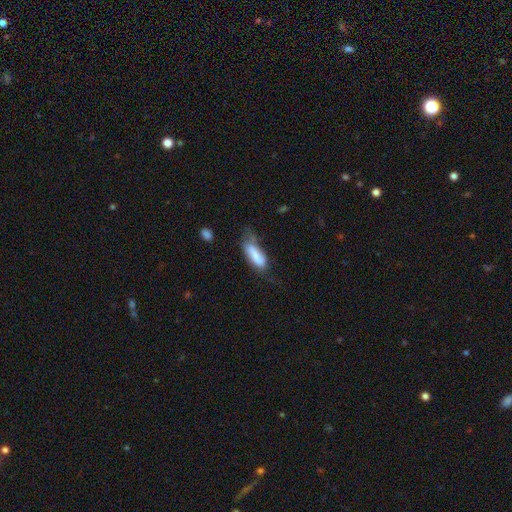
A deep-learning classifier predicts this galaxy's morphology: Smooth or featured? smooth (73%)
How rounded? in between (66%)
Merging? none (39%)